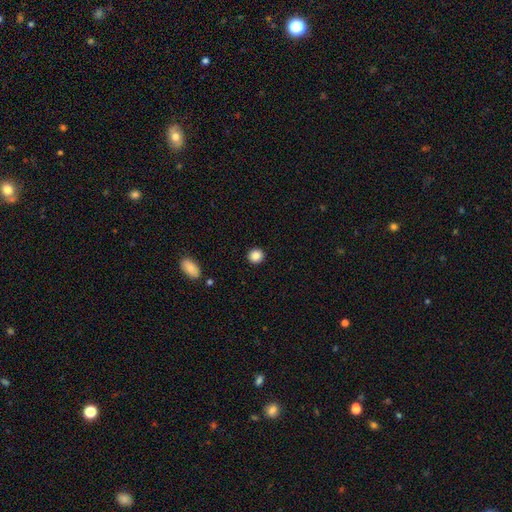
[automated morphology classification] smooth 86%, star or artifact 10%, featured or disk 4%. Down the decision tree: how rounded — round (92%); merging — none (92%).